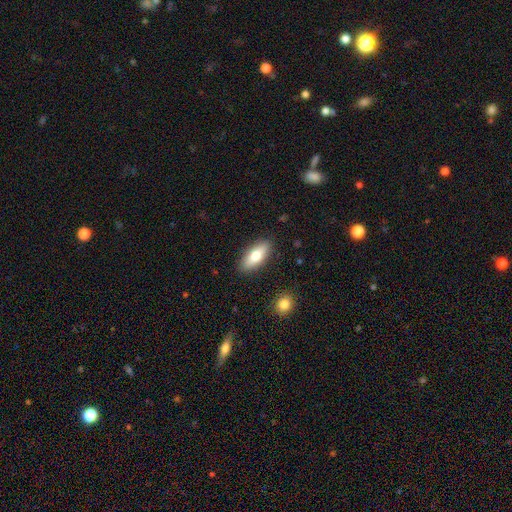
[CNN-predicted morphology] type=smooth (72%); roundness=in between (76%); merging=none (88%).